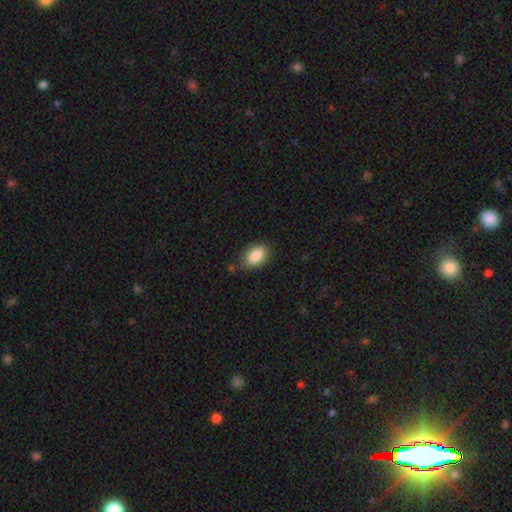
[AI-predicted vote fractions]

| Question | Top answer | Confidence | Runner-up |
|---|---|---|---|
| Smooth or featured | smooth | 87% | star or artifact (7%) |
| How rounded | in between | 90% | round (9%) |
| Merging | none | 79% | minor disturbance (16%) |